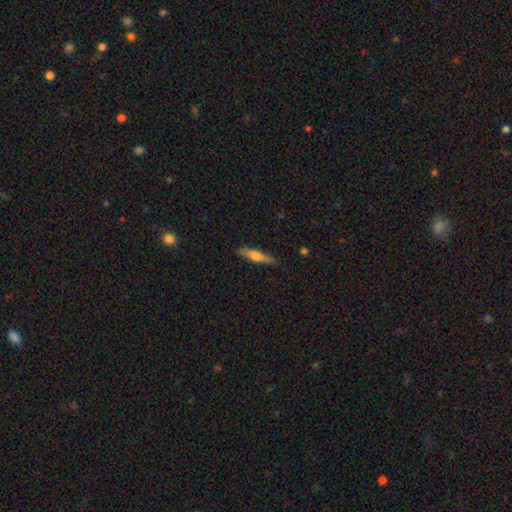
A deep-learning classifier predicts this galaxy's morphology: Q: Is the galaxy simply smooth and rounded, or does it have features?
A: smooth — 51%.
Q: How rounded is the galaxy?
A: cigar-shaped — 86%.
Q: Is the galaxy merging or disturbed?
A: none — 87%.